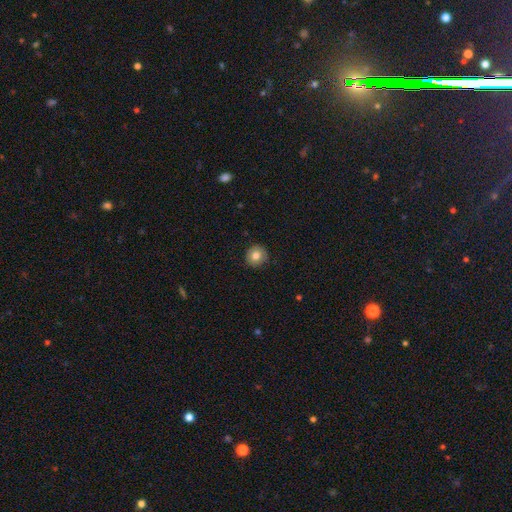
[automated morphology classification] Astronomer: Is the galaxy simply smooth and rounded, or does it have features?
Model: smooth — 78%.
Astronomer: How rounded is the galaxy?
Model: round — 93%.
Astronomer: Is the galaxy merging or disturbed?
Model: none — 90%.